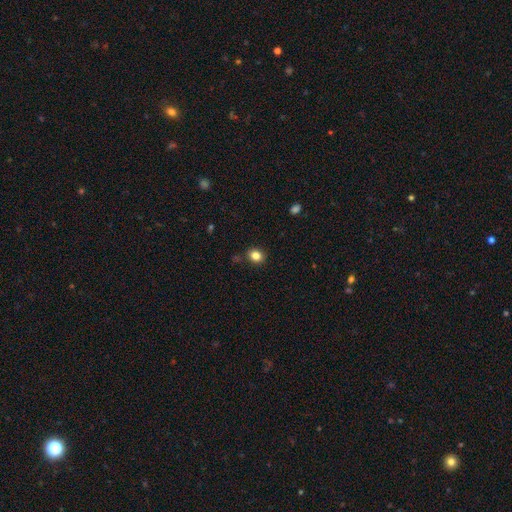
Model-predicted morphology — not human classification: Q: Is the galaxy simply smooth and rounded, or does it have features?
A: smooth — 83%.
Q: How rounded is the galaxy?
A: round — 59%.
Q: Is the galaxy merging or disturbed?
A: none — 84%.